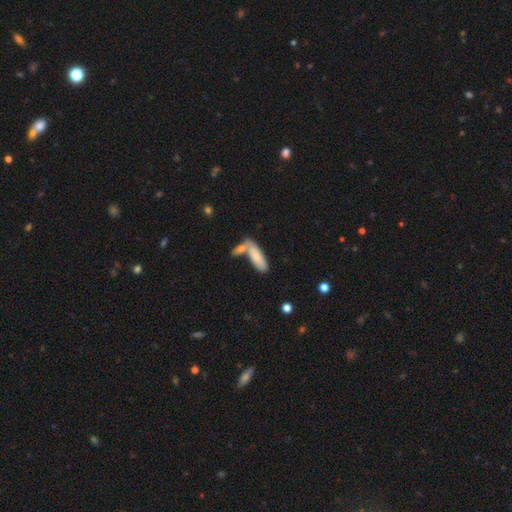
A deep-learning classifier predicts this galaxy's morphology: This is likely a smooth galaxy (78%). How rounded: possibly in between (54%). Merging: marginally merger (43%).